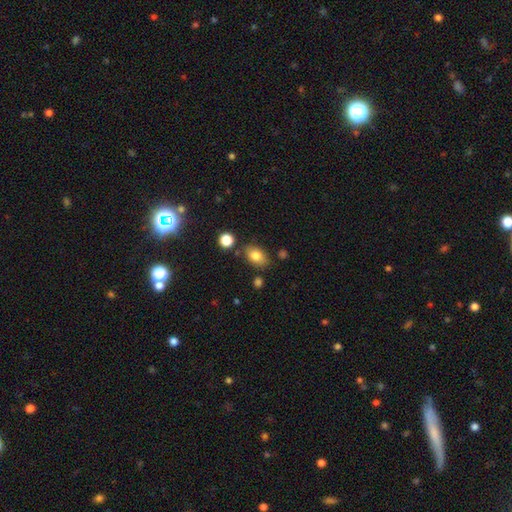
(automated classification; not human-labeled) Smooth or featured? smooth (80%)
How rounded? in between (83%)
Merging? none (79%)